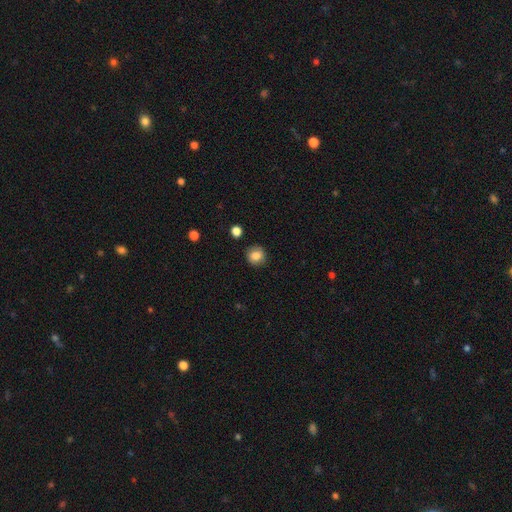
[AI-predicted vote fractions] smooth-or-featured: smooth: 84% | star or artifact: 10% | featured or disk: 6%
  how-rounded: round: 85% | in between: 14% | cigar-shaped: 1%
  merging: none: 86% | minor disturbance: 10% | major disturbance: 3% | merger: 2%